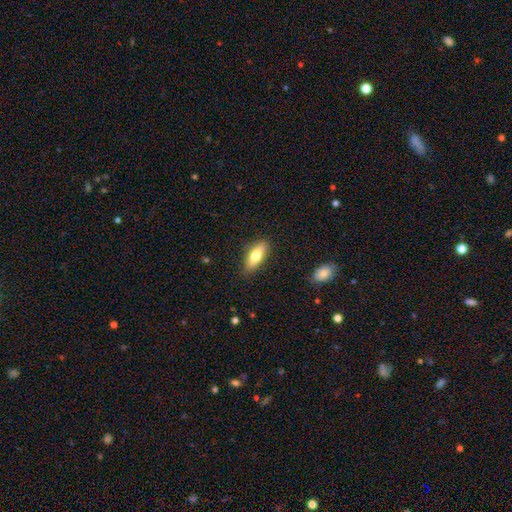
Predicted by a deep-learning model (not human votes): A smooth galaxy with no disk features (73%) that is in between round and cigar-shaped (68%).

Vote fractions:
- Smooth or featured? smooth: 73% / featured or disk: 20% / star or artifact: 7%
- How rounded? in between: 68% / cigar-shaped: 29% / round: 3%
- Merging? none: 85% / minor disturbance: 11% / major disturbance: 2% / merger: 1%